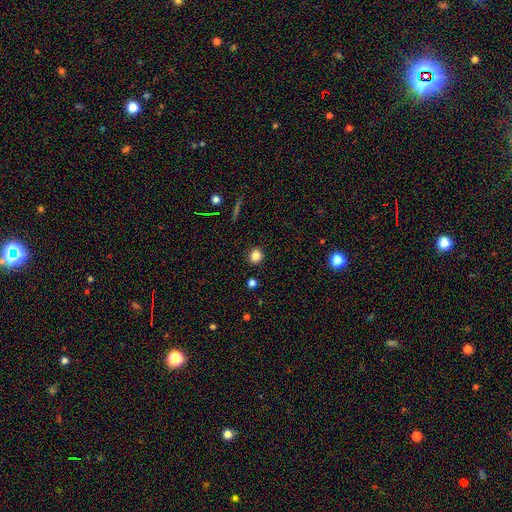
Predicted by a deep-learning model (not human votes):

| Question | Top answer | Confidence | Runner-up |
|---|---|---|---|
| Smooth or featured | smooth | 84% | star or artifact (12%) |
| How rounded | round | 86% | in between (13%) |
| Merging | none | 90% | minor disturbance (6%) |